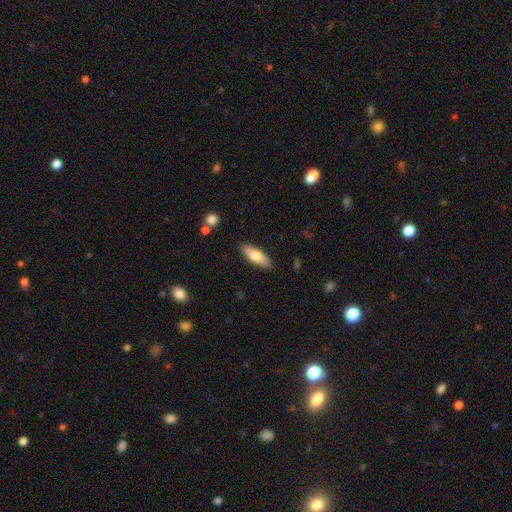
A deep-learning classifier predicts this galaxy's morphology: A smooth galaxy with no disk features (73%) that is in between round and cigar-shaped (65%).

Vote fractions:
- Smooth or featured? smooth: 73% / featured or disk: 21% / star or artifact: 6%
- How rounded? in between: 65% / cigar-shaped: 33% / round: 2%
- Merging? none: 87% / minor disturbance: 9% / major disturbance: 2% / merger: 1%